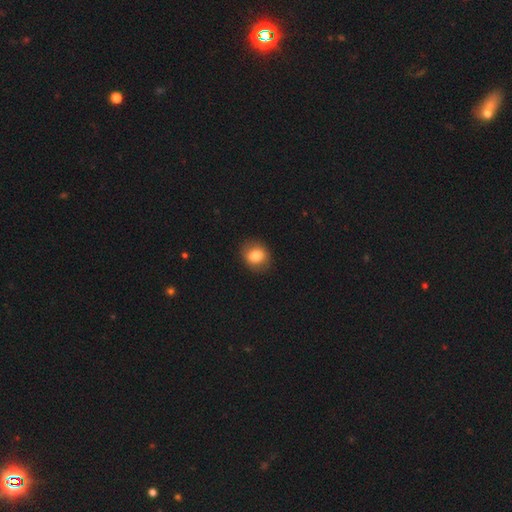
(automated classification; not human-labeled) smooth_or_featured: smooth (p=0.78) [alt: featured or disk p=0.13]
how_rounded: round (p=0.60) [alt: in between p=0.39]
merging: none (p=0.87) [alt: minor disturbance p=0.09]